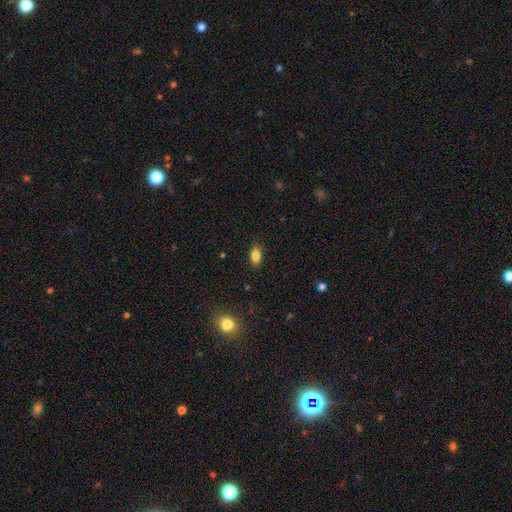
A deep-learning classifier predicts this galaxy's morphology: Smooth or featured? smooth (83%)
How rounded? in between (88%)
Merging? none (87%)